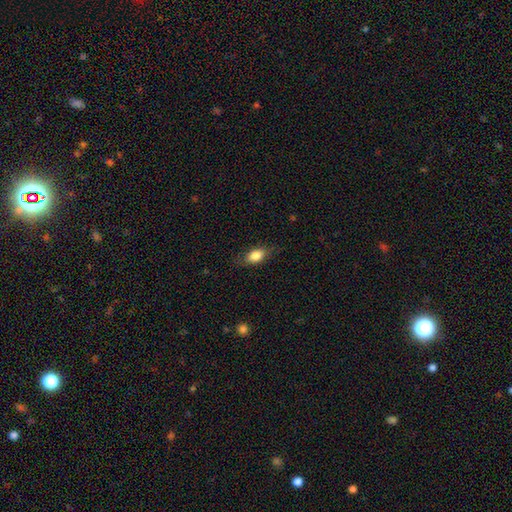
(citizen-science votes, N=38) This is likely a smooth galaxy (71%). How rounded: clearly in between (89%). Merging: likely none (79%).